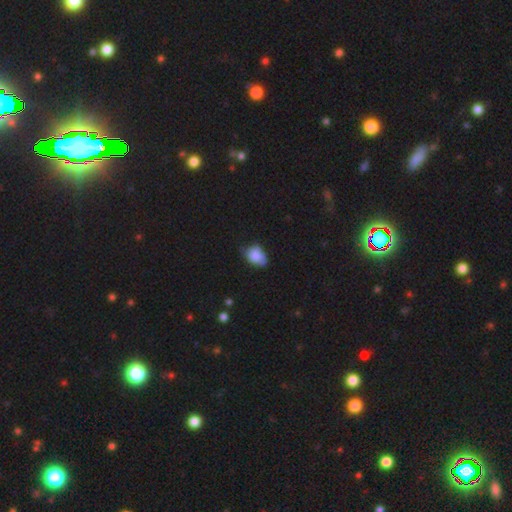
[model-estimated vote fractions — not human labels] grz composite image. It shows a smooth galaxy with no disk features (74%) that is in between round and cigar-shaped (77%). Merging: minor disturbance (43%).